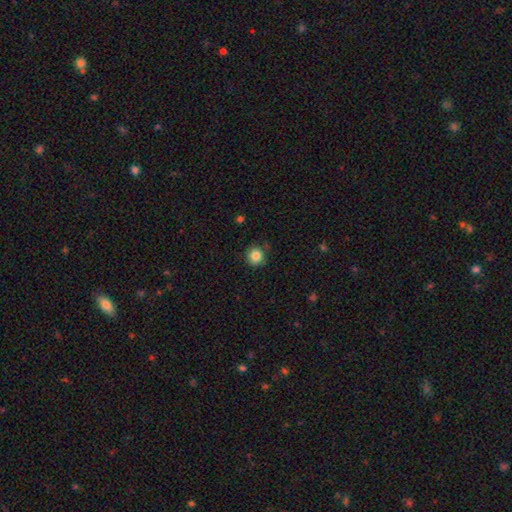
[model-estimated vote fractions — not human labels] Q: Smooth or featured?
A: smooth (85%); runner-up: star or artifact (11%)
Q: How rounded?
A: round (92%); runner-up: in between (8%)
Q: Merging?
A: none (84%); runner-up: minor disturbance (12%)